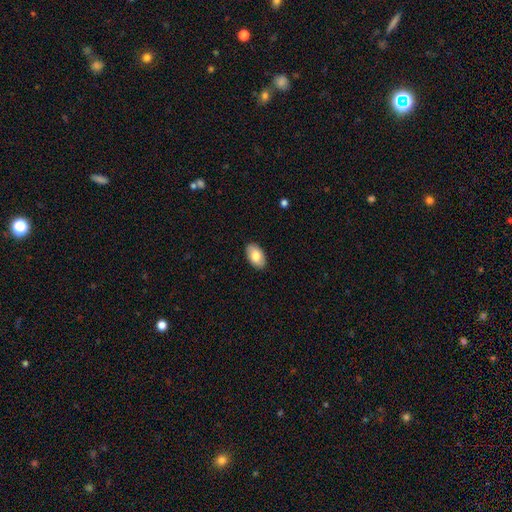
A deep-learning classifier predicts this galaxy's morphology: This appears to be a smooth galaxy with no disk features (76%) that is in between round and cigar-shaped (93%). Merging: none (88%).